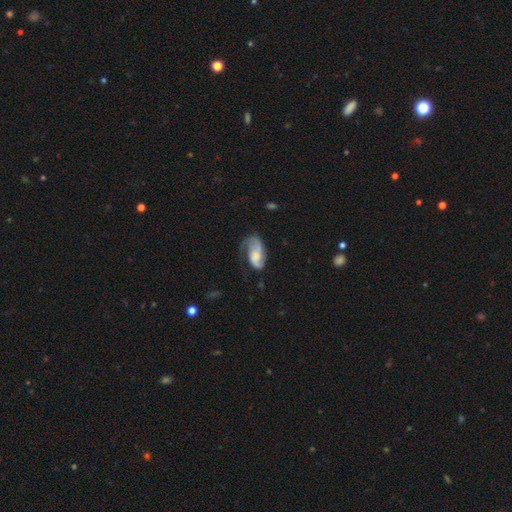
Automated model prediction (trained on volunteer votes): smooth-or-featured: featured or disk: 70% | smooth: 24% | star or artifact: 7%
  disk-edge-on: no: 96% | yes: 4%
    bar: no: 61% | weak: 31% | strong: 8%
    has-spiral-arms: yes: 92% | no: 8%
      spiral-winding: medium: 42% | loose: 33% | tight: 25%
      spiral-arm-count: 2: 65% | 1: 22% | can't tell: 9% | 3: 2% | 4: 1% | more than 4: 1%
    bulge-size: moderate: 30% | none: 24% | small: 22% | large: 21% | dominant: 3%
  merging: none: 47% | minor disturbance: 26% | major disturbance: 25% | merger: 2%